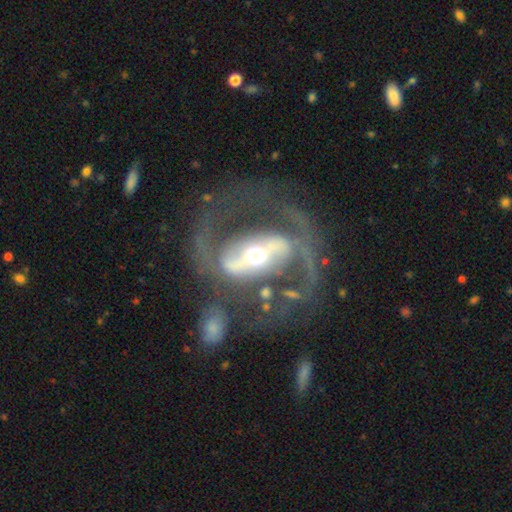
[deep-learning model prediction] The model was most divided on "spiral winding": medium: 54%, loose: 27%, tight: 20%. More confident: edge-on disk — no (96%); spiral arm count — 2 (89%); smooth or featured — featured or disk (89%); spiral arms — yes (87%); bar — strong (67%); bulge size — moderate (64%); merging — none (62%).